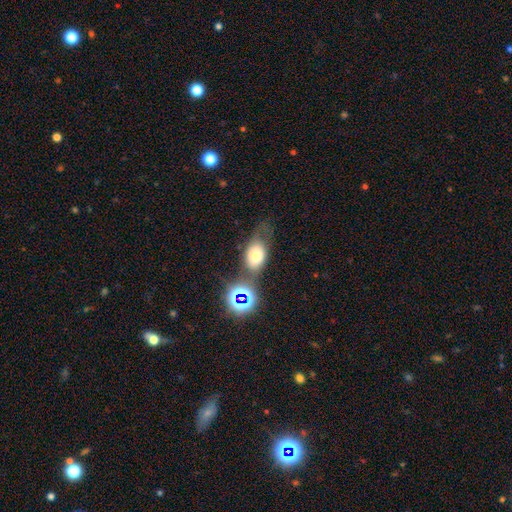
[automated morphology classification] Q: Smooth or featured?
A: smooth (66%); runner-up: featured or disk (20%)
Q: How rounded?
A: in between (77%); runner-up: round (20%)
Q: Merging?
A: none (53%); runner-up: merger (18%)